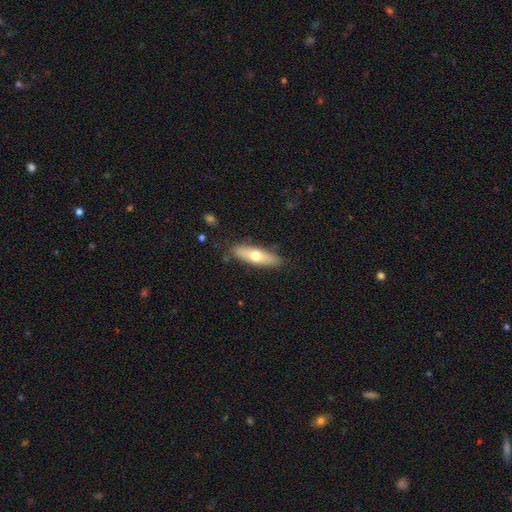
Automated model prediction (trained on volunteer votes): Smooth or featured: smooth — 58% (featured or disk — 36%)
How rounded: cigar-shaped — 56% (in between — 42%)
Merging: none — 84% (minor disturbance — 12%)